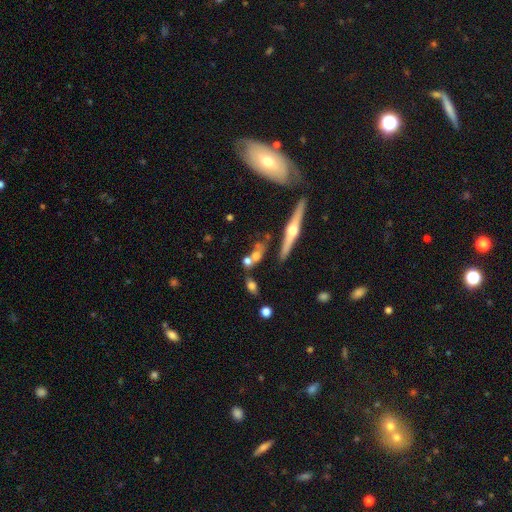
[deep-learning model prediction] smooth-or-featured: smooth: 50% | featured or disk: 39% | star or artifact: 11%
  merging: none: 53% | merger: 27% | minor disturbance: 13% | major disturbance: 7%